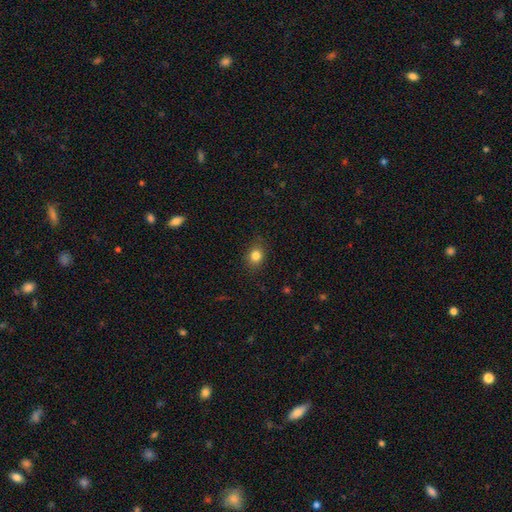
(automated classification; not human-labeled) smooth 82%, star or artifact 12%, featured or disk 6%. Down the decision tree: how rounded — round (61%); merging — none (84%).